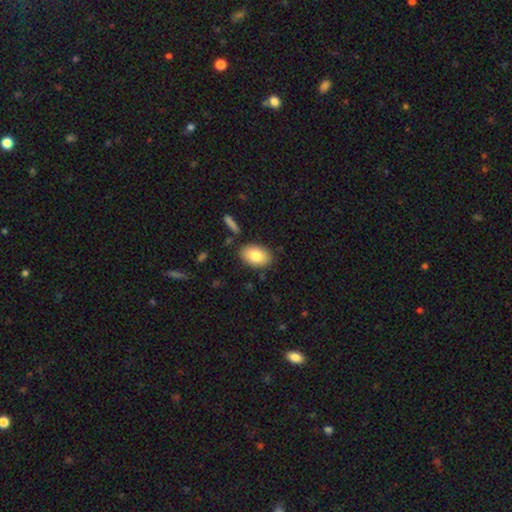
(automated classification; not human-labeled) Morphology: type=smooth (81%); roundness=in between (90%); merging=none (85%).